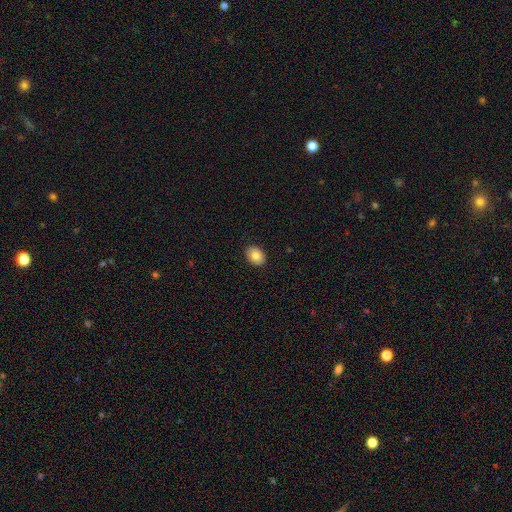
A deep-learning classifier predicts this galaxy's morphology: Smooth or featured: smooth — 82% (featured or disk — 10%)
How rounded: in between — 68% (round — 31%)
Merging: none — 89% (minor disturbance — 8%)